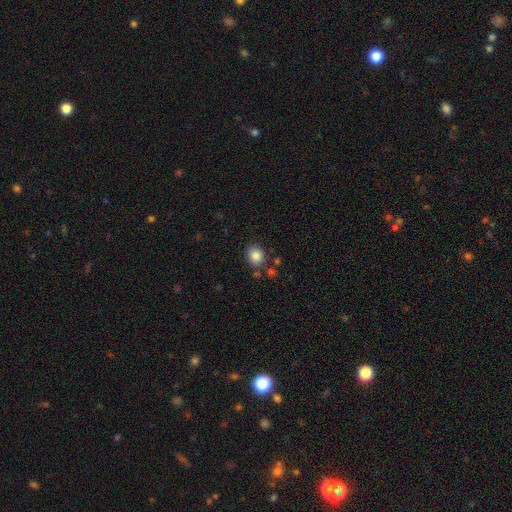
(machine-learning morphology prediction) Smooth or featured? Predicted: smooth (p=0.85). How rounded? Predicted: round (p=0.68). Merging? Predicted: none (p=0.79).